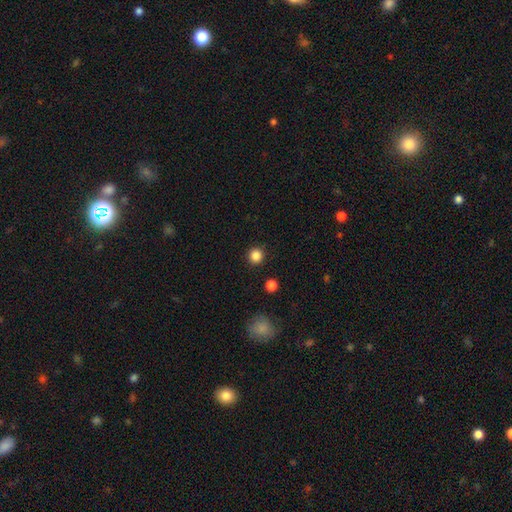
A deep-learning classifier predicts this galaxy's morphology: A smooth galaxy with no disk features (85%) that is round (94%).

Vote fractions:
- Smooth or featured? smooth: 85% / star or artifact: 12% / featured or disk: 3%
- How rounded? round: 94% / in between: 5% / cigar-shaped: 1%
- Merging? none: 92% / minor disturbance: 5% / major disturbance: 2% / merger: 2%